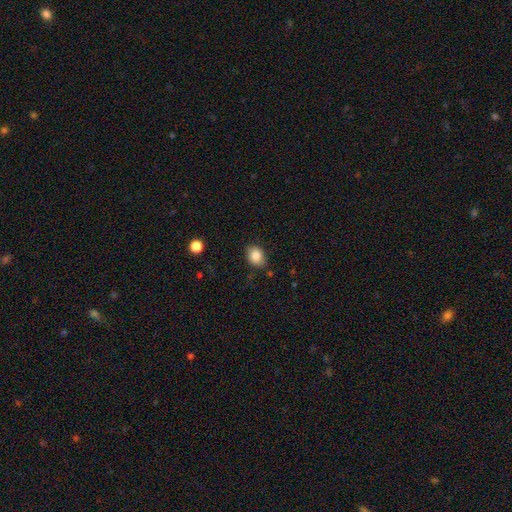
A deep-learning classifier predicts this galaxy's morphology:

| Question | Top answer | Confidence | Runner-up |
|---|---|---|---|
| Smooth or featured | smooth | 85% | star or artifact (9%) |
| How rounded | in between | 62% | round (37%) |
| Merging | none | 80% | minor disturbance (15%) |